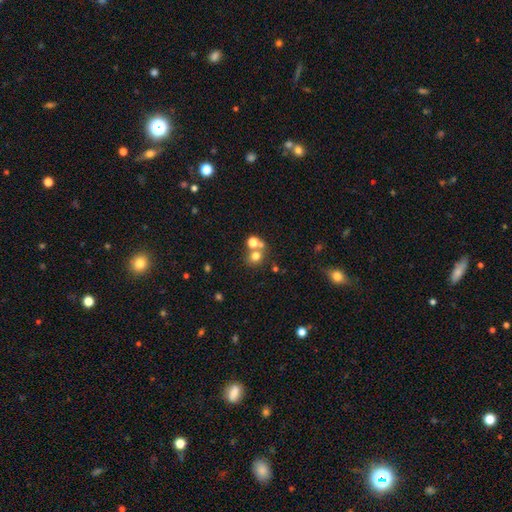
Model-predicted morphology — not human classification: Q: Smooth or featured?
A: smooth (70%); runner-up: star or artifact (17%)
Q: How rounded?
A: round (81%); runner-up: in between (18%)
Q: Merging?
A: none (55%); runner-up: merger (34%)